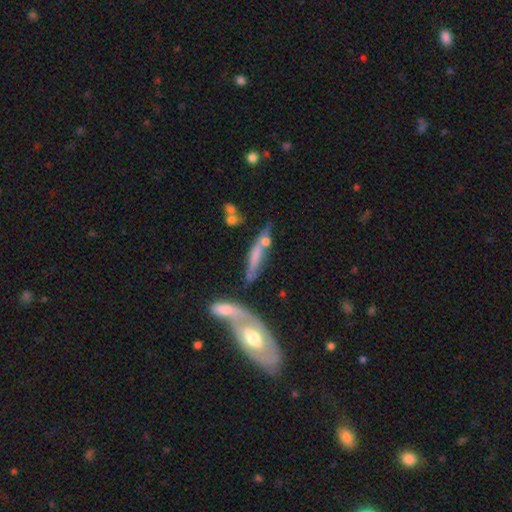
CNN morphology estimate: Smooth or featured? Predicted: featured or disk (p=0.50). Merging? Predicted: merger (p=0.38).